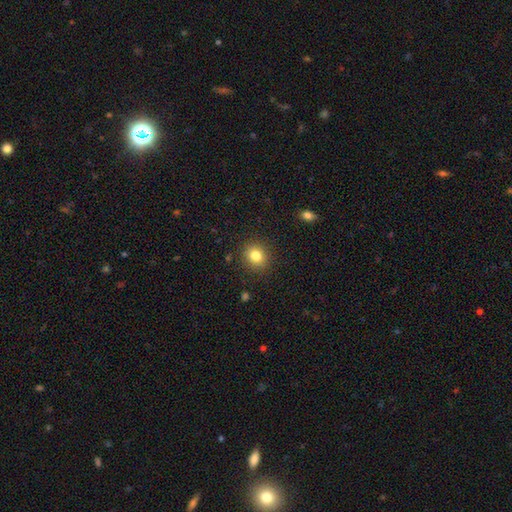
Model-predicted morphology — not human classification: Overall: smooth (82%). How rounded: round (80%). Merging: none (89%).